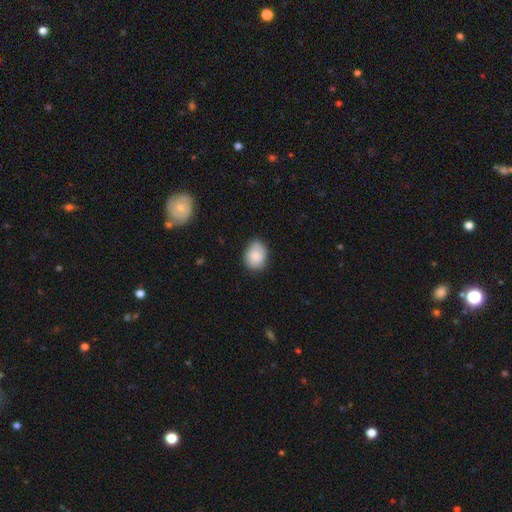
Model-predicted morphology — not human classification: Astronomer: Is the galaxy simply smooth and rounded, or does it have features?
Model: smooth — 83%.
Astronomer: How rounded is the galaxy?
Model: round — 50%, tied with in between at 50%.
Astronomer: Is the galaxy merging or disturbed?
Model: none — 74%.